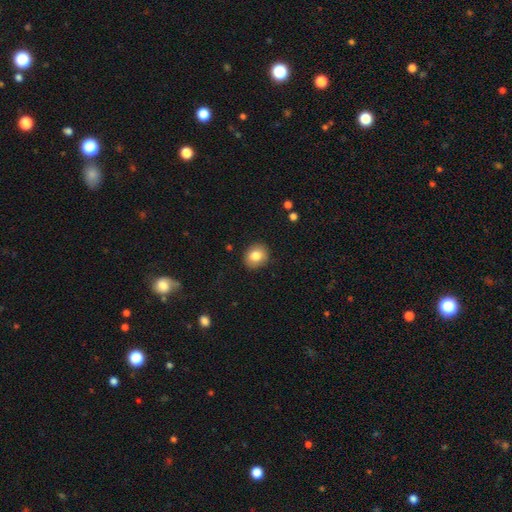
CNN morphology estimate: The model was most divided on "how rounded": round: 67%, in between: 33%, cigar-shaped: 1%. More confident: merging — none (89%); smooth or featured — smooth (82%).